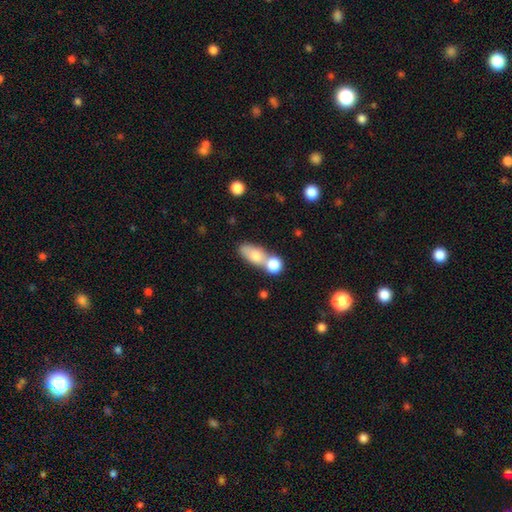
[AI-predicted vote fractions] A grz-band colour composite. It shows a smooth galaxy with no disk features (74%) that is in between round and cigar-shaped (74%). Merging: merger (51%).